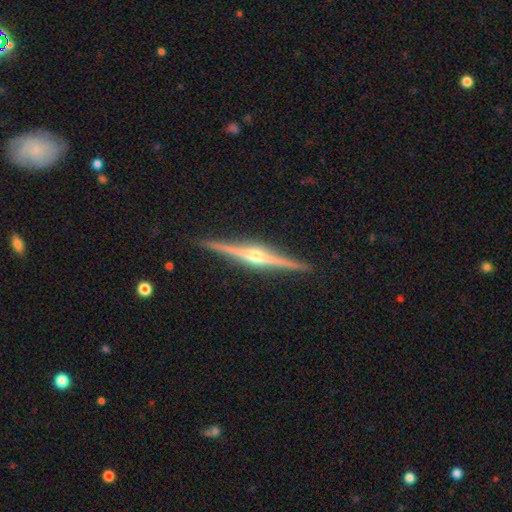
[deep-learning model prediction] The model was most divided on "smooth or featured": featured or disk: 88%, smooth: 7%, star or artifact: 5%. More confident: edge-on disk — yes (99%); merging — none (92%); edge-on bulge — rounded (91%).